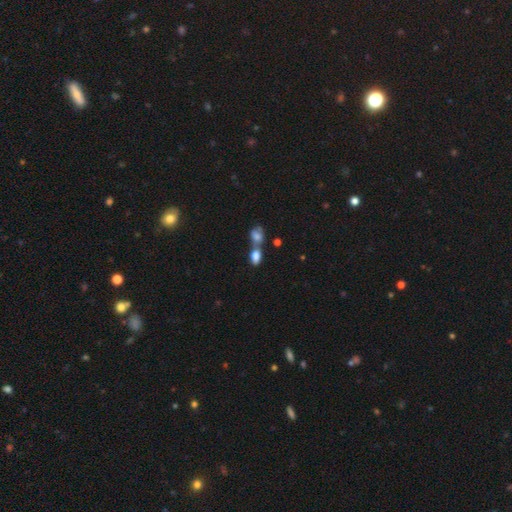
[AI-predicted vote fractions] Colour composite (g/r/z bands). It shows a smooth galaxy with no disk features (81%) that is in between round and cigar-shaped (84%). Merging: merger (59%).